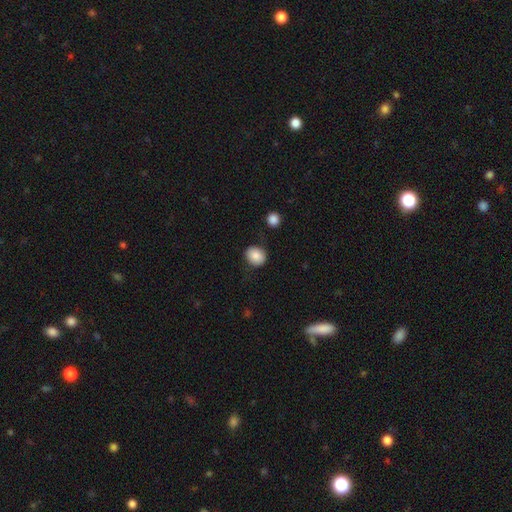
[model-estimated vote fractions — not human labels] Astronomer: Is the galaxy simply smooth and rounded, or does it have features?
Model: smooth — 86%.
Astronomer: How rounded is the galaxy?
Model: round — 69%.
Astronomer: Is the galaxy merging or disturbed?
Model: none — 80%.